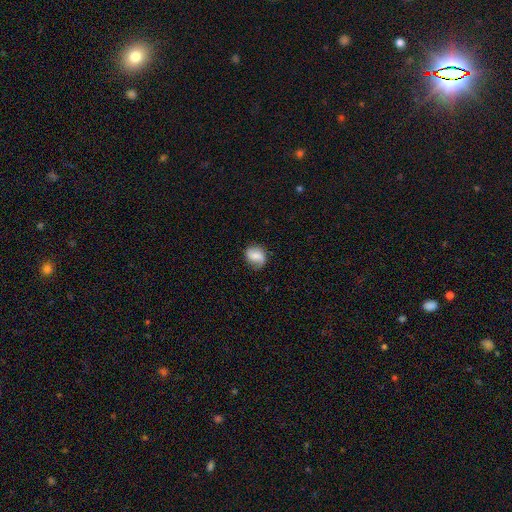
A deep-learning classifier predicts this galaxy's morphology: smooth 61%, featured or disk 31%, star or artifact 9%. Down the decision tree: how rounded — round (57%); merging — none (71%).